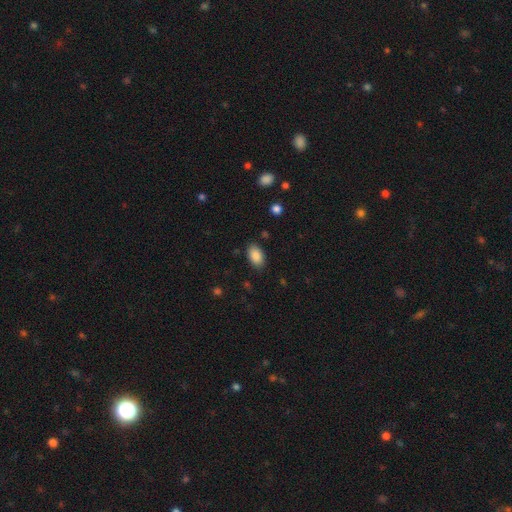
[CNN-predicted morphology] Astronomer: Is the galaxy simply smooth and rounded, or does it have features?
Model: smooth — 88%.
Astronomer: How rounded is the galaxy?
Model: in between — 91%.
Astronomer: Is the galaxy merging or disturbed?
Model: none — 86%.